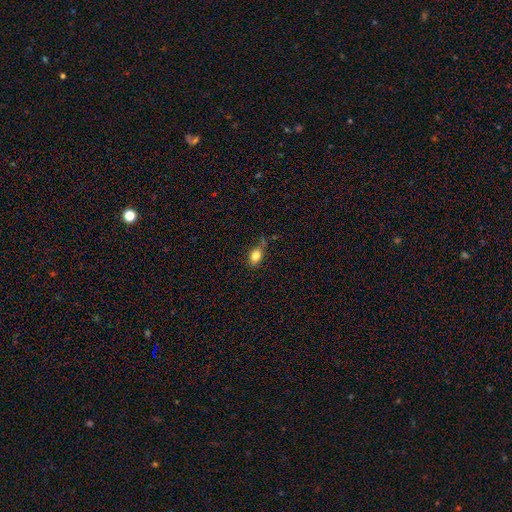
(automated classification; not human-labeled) Smooth or featured? Predicted: smooth (p=0.82). How rounded? Predicted: in between (p=0.77). Merging? Predicted: none (p=0.62).